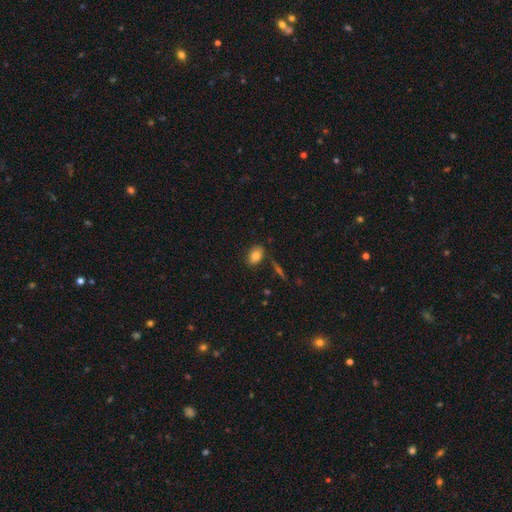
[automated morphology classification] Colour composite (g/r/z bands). It shows a smooth galaxy with no disk features (81%) that is in between round and cigar-shaped (85%). Merging: none (80%).